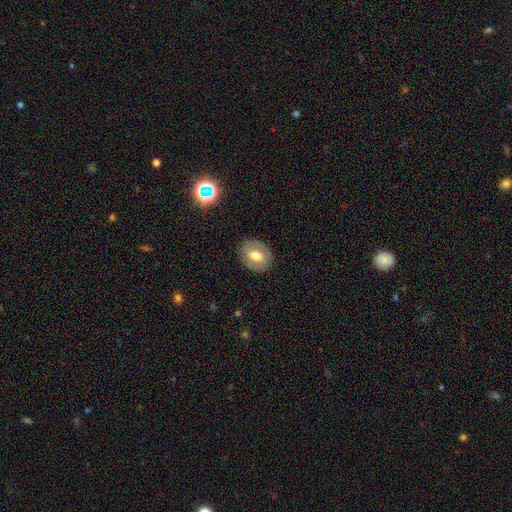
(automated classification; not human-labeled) Overall: smooth (60%; featured or disk 32%). How rounded: in between (57%; round 42%). Merging: none (87%).